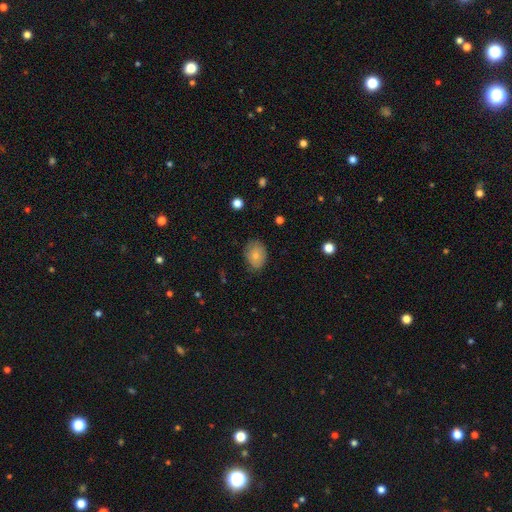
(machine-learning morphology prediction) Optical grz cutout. It shows a smooth galaxy with no disk features (76%) that is in between round and cigar-shaped (66%). Merging: none (71%).